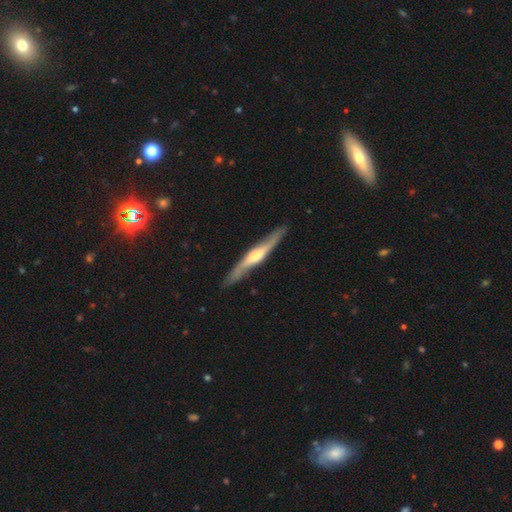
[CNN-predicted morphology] Overall: featured or disk (67%; smooth 29%). Edge-on disk: yes (88%). Edge-on bulge: rounded (70%). Merging: none (86%).